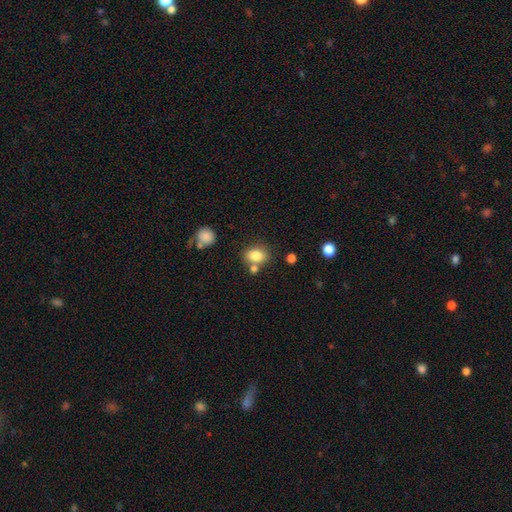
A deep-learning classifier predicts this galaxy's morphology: This appears to be a smooth galaxy with no disk features (82%) that is in between round and cigar-shaped (67%). Merging: none (64%).